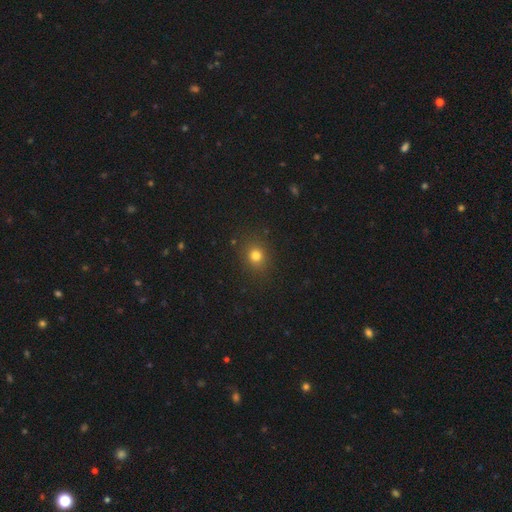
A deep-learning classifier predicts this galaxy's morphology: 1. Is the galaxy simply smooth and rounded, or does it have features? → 78% smooth, 16% star or artifact, 6% featured or disk.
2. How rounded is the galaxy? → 77% round, 22% in between, 1% cigar-shaped.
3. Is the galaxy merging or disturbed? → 88% none, 8% minor disturbance, 3% major disturbance, 1% merger.